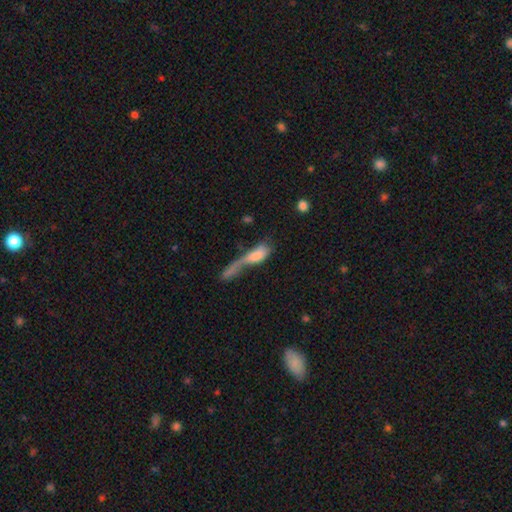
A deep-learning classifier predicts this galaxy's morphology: type=smooth (55%); roundness=in between (48%); merging=major disturbance (38%).